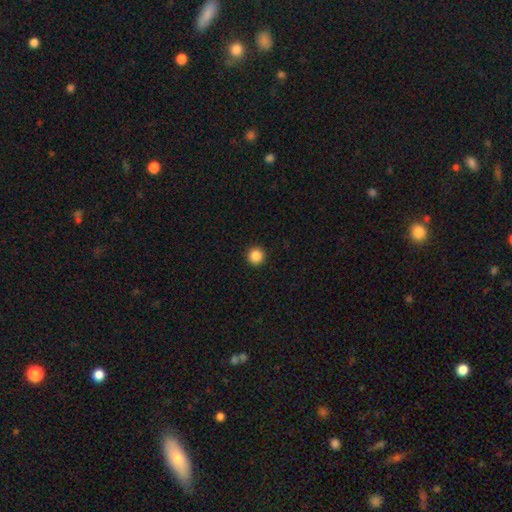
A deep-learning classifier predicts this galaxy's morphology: Q: Smooth or featured?
A: smooth (87%); runner-up: star or artifact (10%)
Q: How rounded?
A: round (96%); runner-up: in between (3%)
Q: Merging?
A: none (93%); runner-up: minor disturbance (4%)